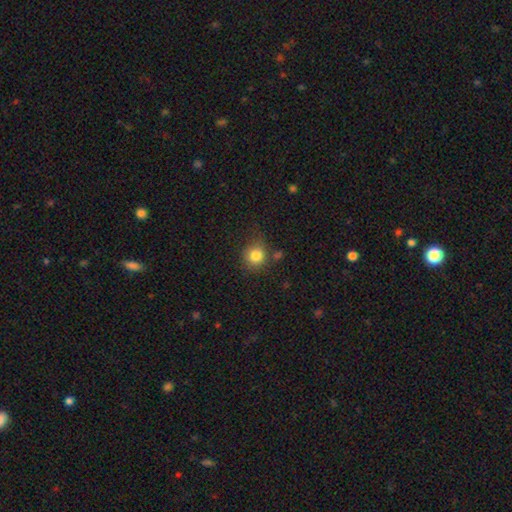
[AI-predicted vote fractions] This appears to be a smooth galaxy with no disk features (83%) that is round (86%). Merging: none (72%).